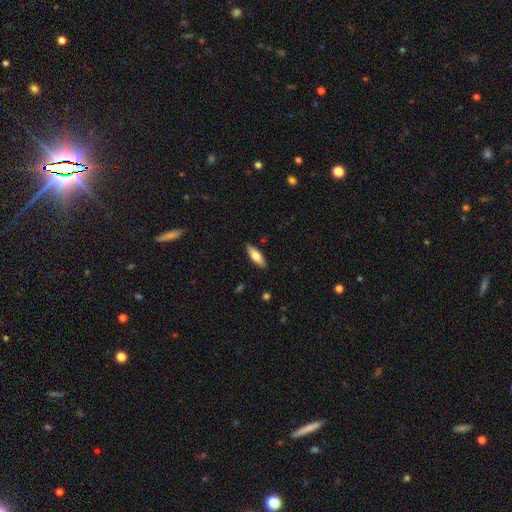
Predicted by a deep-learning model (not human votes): A smooth galaxy with no disk features (67%) that is in between round and cigar-shaped (52%). Merging: none (88%).